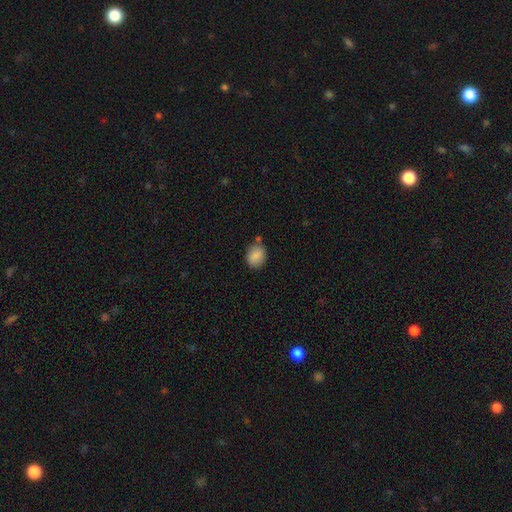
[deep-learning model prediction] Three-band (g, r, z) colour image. It shows a smooth galaxy with no disk features (86%) that is in between round and cigar-shaped (53%). Merging: none (74%).